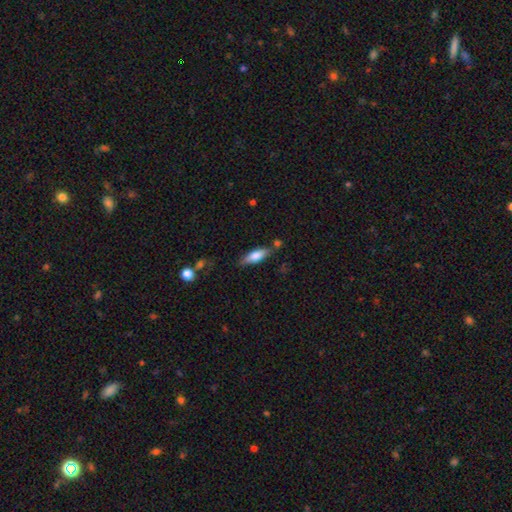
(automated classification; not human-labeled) A smooth galaxy with no disk features (71%) that is in between round and cigar-shaped (54%).

Vote fractions:
- Smooth or featured? smooth: 71% / featured or disk: 23% / star or artifact: 6%
- How rounded? in between: 54% / cigar-shaped: 43% / round: 2%
- Merging? none: 73% / minor disturbance: 16% / merger: 6% / major disturbance: 4%